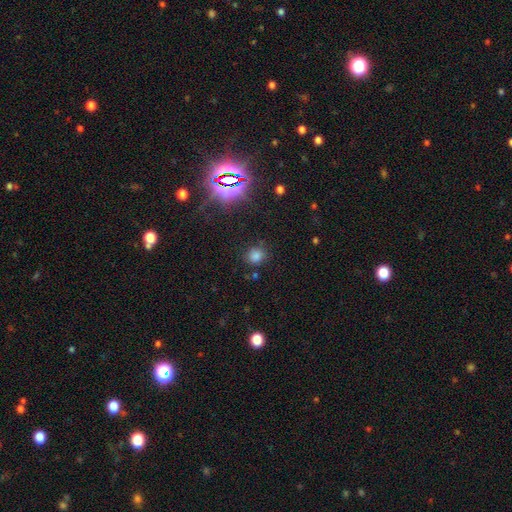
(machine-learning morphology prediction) smooth-or-featured: smooth: 72% | star or artifact: 22% | featured or disk: 6%
  how-rounded: round: 84% | in between: 15% | cigar-shaped: 1%
  merging: none: 79% | minor disturbance: 13% | major disturbance: 5% | merger: 3%